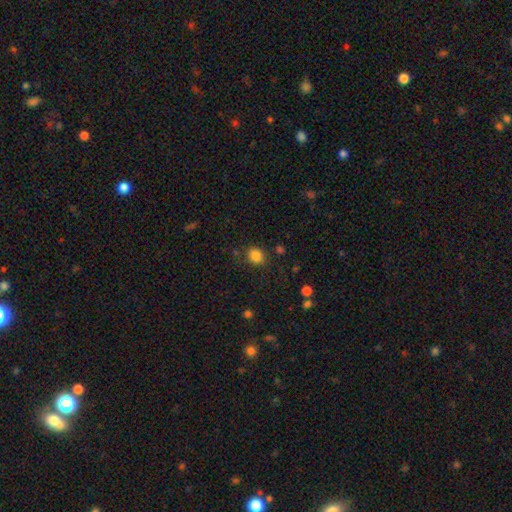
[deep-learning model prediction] The model was most divided on "how rounded": round: 72%, in between: 27%, cigar-shaped: 1%. More confident: smooth or featured — smooth (84%); merging — none (80%).